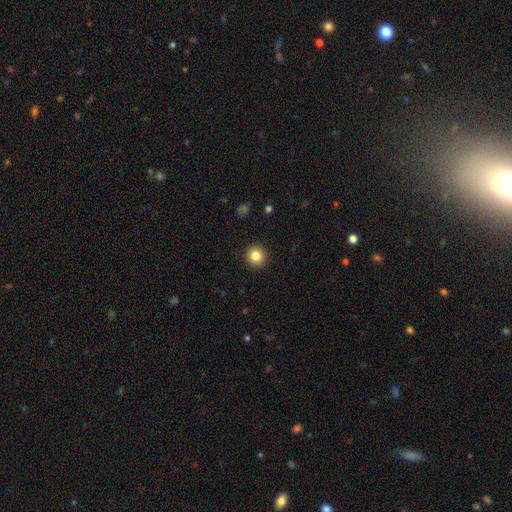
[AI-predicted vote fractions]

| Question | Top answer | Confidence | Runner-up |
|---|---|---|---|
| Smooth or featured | smooth | 84% | star or artifact (10%) |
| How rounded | round | 93% | in between (6%) |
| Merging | none | 93% | minor disturbance (5%) |